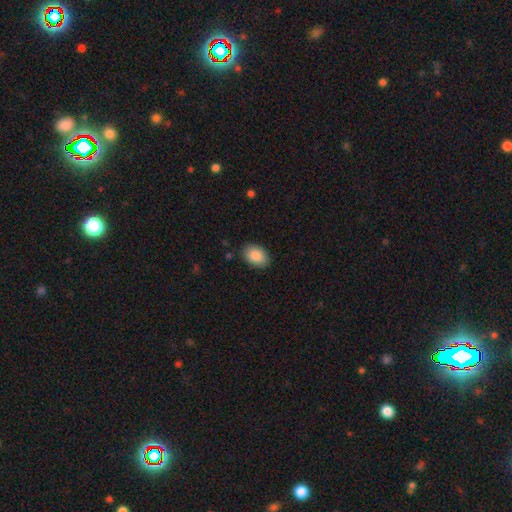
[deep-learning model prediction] The model was most divided on "how rounded": in between: 83%, round: 16%, cigar-shaped: 1%. More confident: smooth or featured — smooth (88%); merging — none (86%).